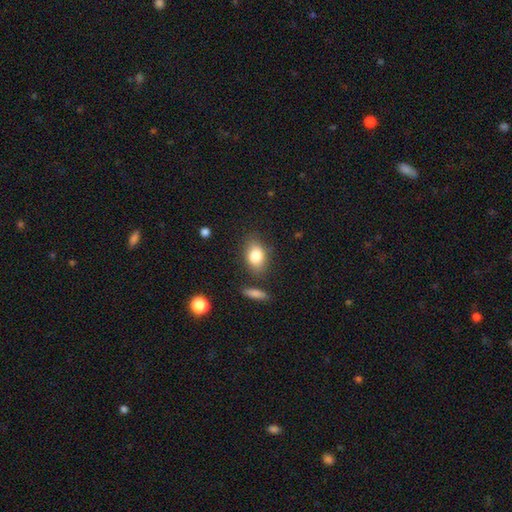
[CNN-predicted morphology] type=smooth (81%); roundness=in between (81%); merging=none (77%).